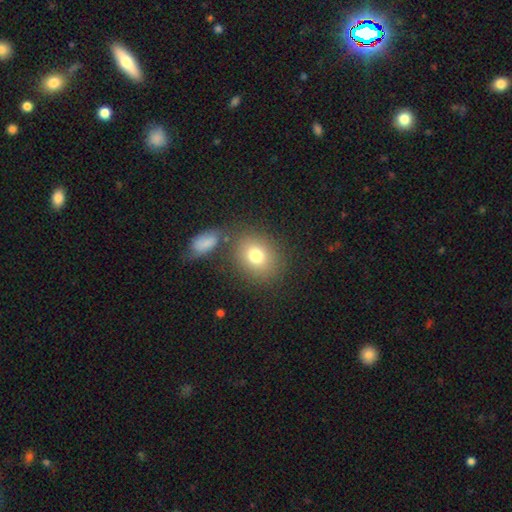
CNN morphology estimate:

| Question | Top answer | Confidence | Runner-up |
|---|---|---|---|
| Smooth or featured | smooth | 78% | featured or disk (12%) |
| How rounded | round | 55% | in between (44%) |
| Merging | none | 73% | minor disturbance (12%) |